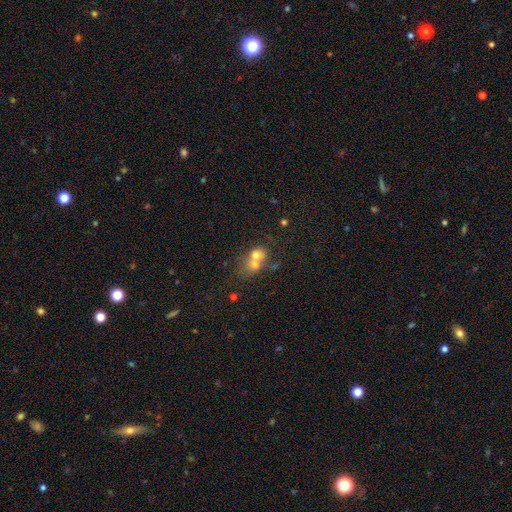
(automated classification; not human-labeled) Smooth or featured? Predicted: smooth (p=0.63). How rounded? Predicted: round (p=0.61). Merging? Predicted: merger (p=0.66).